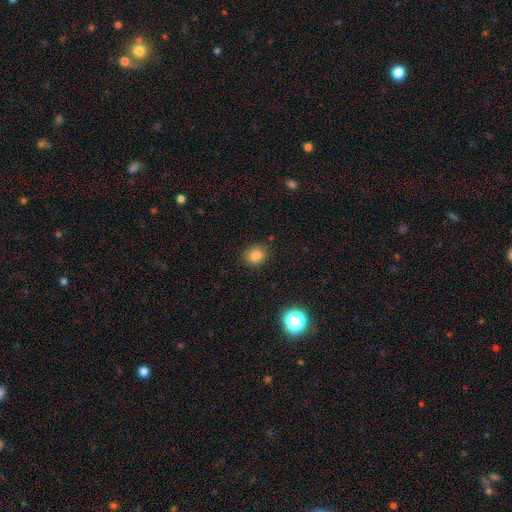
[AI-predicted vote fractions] Smooth or featured: smooth — 82% (star or artifact — 13%)
How rounded: round — 67% (in between — 32%)
Merging: none — 87% (minor disturbance — 9%)